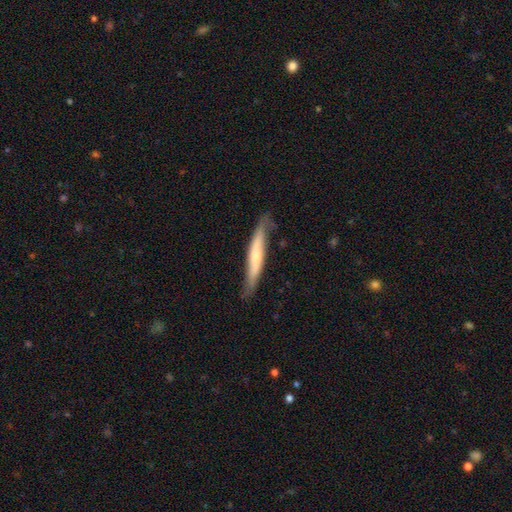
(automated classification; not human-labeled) Smooth or featured? featured or disk (50%)
Merging? none (74%)